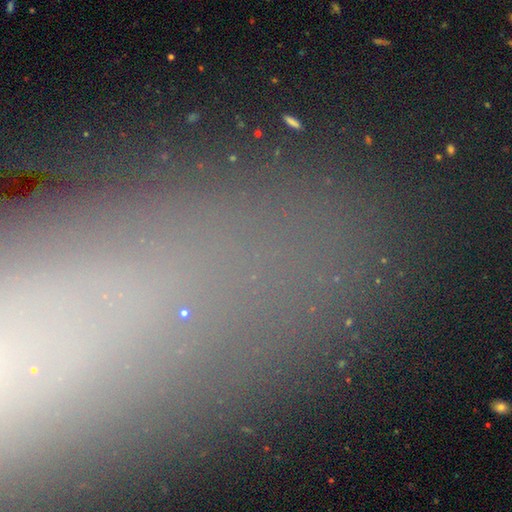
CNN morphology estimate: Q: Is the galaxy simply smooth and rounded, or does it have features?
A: star or artifact — 60%.